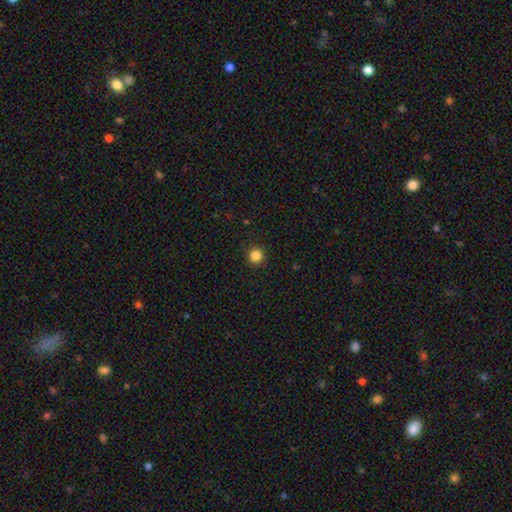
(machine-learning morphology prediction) Smooth or featured? smooth (84%)
How rounded? round (96%)
Merging? none (93%)